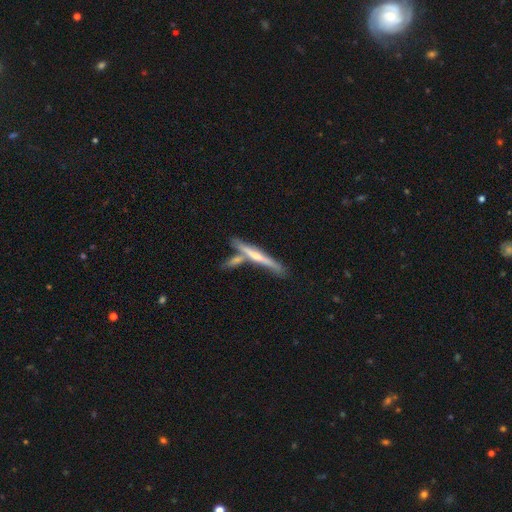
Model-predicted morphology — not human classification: featured or disk 63%, smooth 31%, star or artifact 6%. Down the decision tree: edge-on disk — yes (95%); edge-on bulge — rounded (64%); merging — none (62%).